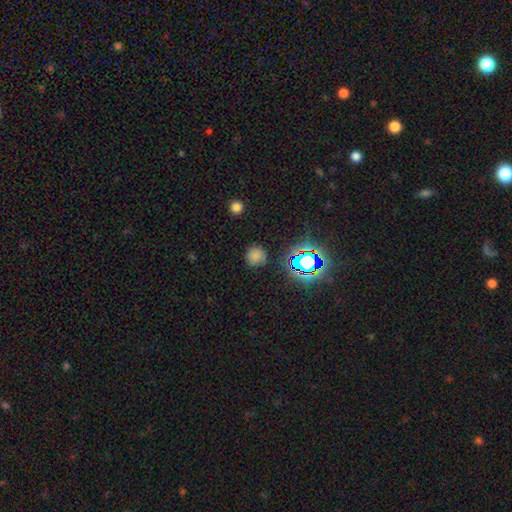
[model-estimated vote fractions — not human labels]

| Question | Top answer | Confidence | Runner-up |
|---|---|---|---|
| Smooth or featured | smooth | 69% | star or artifact (23%) |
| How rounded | round | 89% | in between (10%) |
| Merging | none | 80% | minor disturbance (13%) |